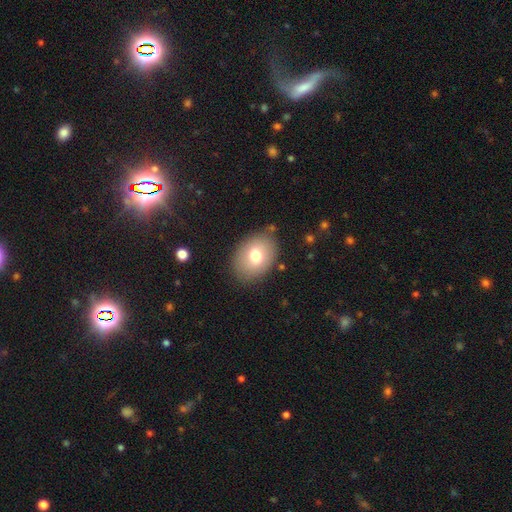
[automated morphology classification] Overall: smooth (73%). How rounded: in between (72%). Merging: none (83%).